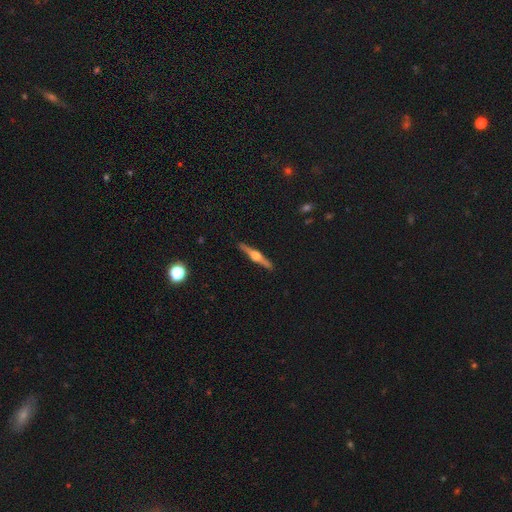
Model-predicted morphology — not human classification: The model was most divided on "smooth or featured": featured or disk: 80%, smooth: 15%, star or artifact: 5%. More confident: edge-on disk — yes (98%); edge-on bulge — rounded (94%); merging — none (92%).